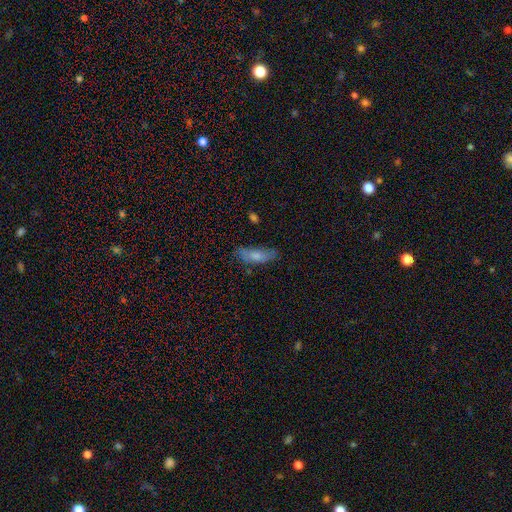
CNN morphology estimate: Q: Smooth or featured?
A: smooth (73%); runner-up: featured or disk (19%)
Q: How rounded?
A: in between (60%); runner-up: cigar-shaped (38%)
Q: Merging?
A: none (68%); runner-up: minor disturbance (23%)